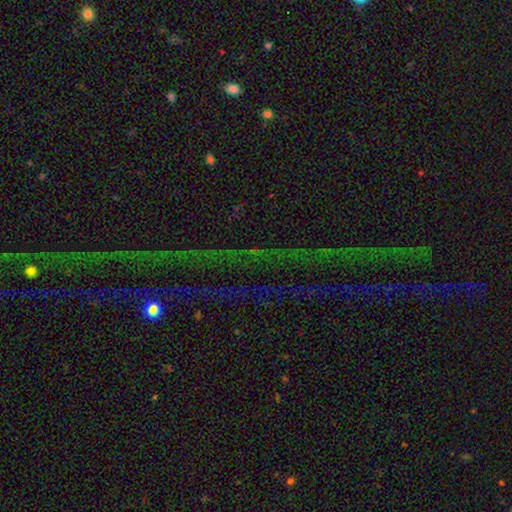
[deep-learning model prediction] Smooth or featured? Predicted: star or artifact (p=0.83).